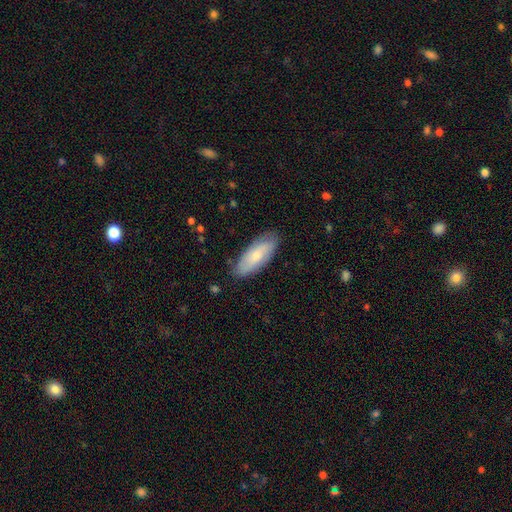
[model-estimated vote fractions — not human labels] smooth 67%, featured or disk 27%, star or artifact 6%. Down the decision tree: how rounded — in between (76%); merging — none (82%).